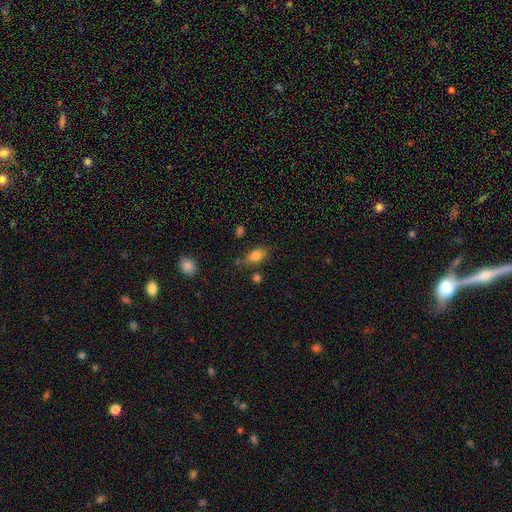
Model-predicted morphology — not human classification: A smooth galaxy with no disk features (80%) that is in between round and cigar-shaped (85%).

Vote fractions:
- Smooth or featured? smooth: 80% / featured or disk: 11% / star or artifact: 9%
- How rounded? in between: 85% / cigar-shaped: 8% / round: 7%
- Merging? none: 74% / minor disturbance: 16% / merger: 6% / major disturbance: 4%